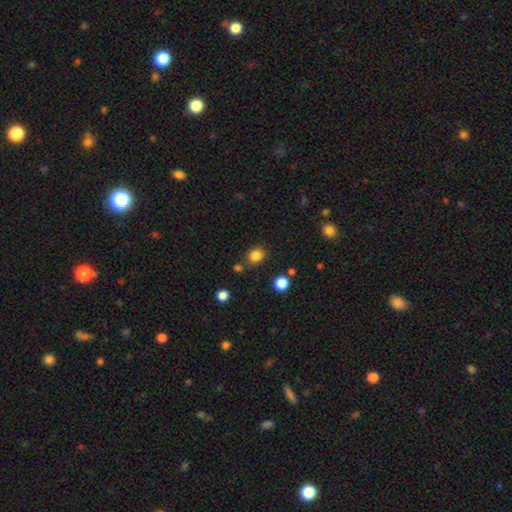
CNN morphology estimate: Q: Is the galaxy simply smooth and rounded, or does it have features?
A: smooth — 84%.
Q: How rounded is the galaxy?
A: round — 69%.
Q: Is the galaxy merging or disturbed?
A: none — 82%.